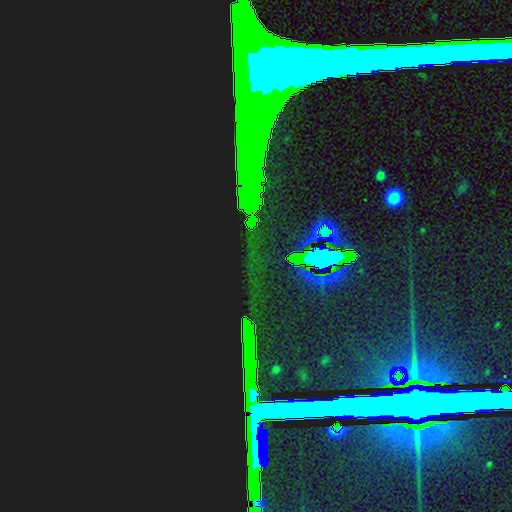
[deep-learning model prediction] Q: Smooth or featured?
A: star or artifact (81%); runner-up: featured or disk (11%)